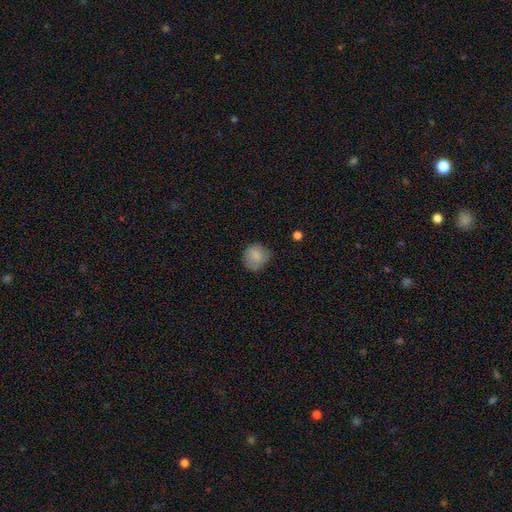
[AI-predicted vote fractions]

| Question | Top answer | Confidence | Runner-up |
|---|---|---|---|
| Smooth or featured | smooth | 83% | featured or disk (9%) |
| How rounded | round | 82% | in between (17%) |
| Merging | none | 67% | minor disturbance (25%) |